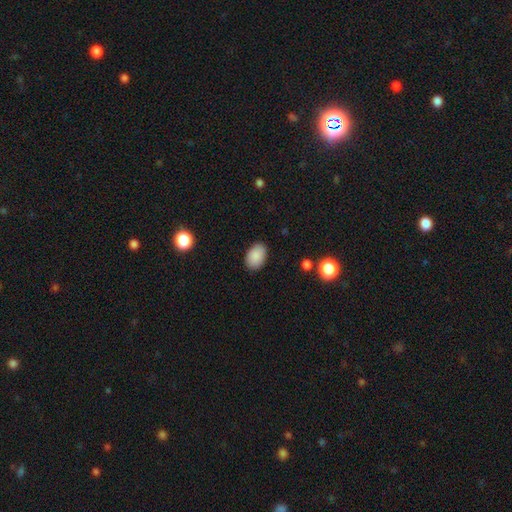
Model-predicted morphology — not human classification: Overall: smooth (89%). How rounded: in between (86%). Merging: none (87%).